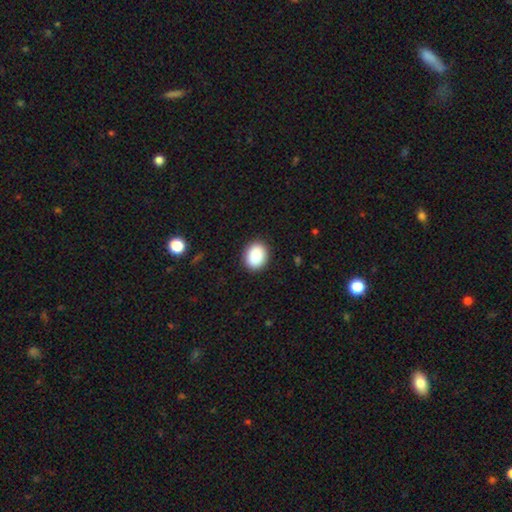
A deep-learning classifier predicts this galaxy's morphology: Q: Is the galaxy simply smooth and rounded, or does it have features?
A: smooth — 89%.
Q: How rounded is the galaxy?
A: in between — 56%.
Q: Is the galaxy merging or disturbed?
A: none — 90%.